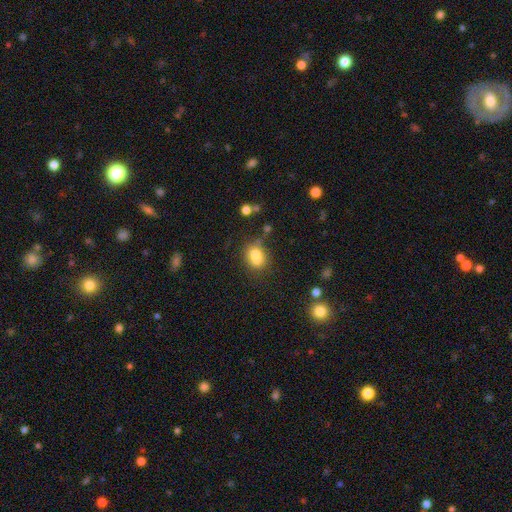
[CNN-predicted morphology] A smooth galaxy with no disk features (77%) that is in between round and cigar-shaped (56%). Merging: none (51%).